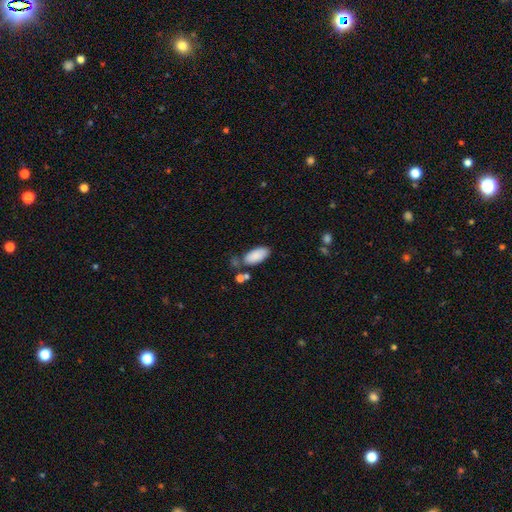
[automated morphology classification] This is clearly a smooth galaxy (88%). How rounded: clearly in between (91%). Merging: likely none (66%).